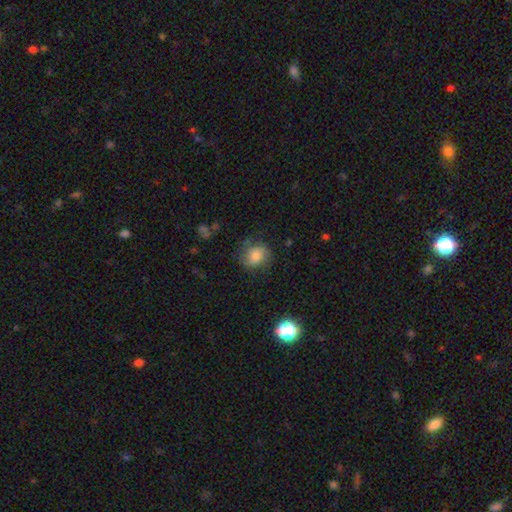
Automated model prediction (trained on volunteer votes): This is likely a smooth galaxy (75%). How rounded: likely round (67%). Merging: likely none (70%).